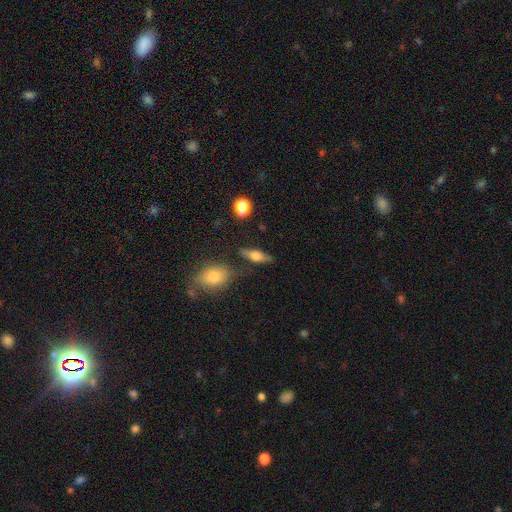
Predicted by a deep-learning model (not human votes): A smooth galaxy with no disk features (49%). Merging: none (79%).